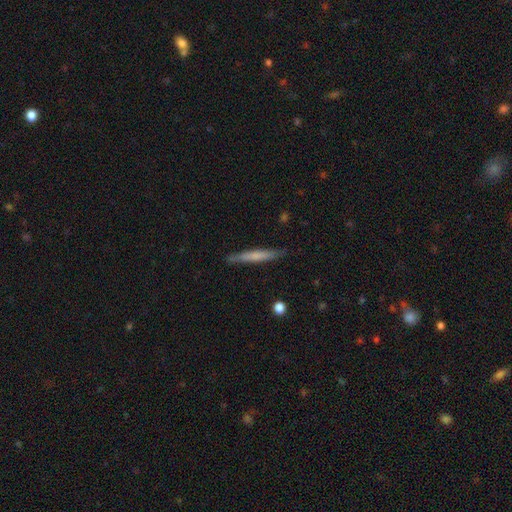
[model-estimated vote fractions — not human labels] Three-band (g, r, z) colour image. It shows a smooth galaxy with no disk features (56%) that is cigar-shaped (95%). Merging: none (86%).